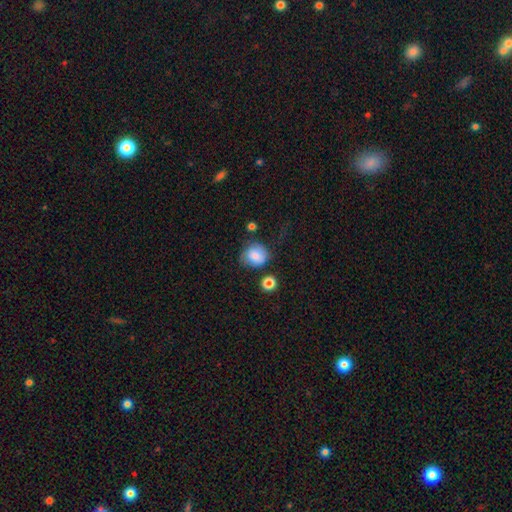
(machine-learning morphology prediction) smooth-or-featured: smooth: 82% | featured or disk: 9% | star or artifact: 9%
  how-rounded: round: 78% | in between: 21% | cigar-shaped: 1%
  merging: none: 62% | minor disturbance: 25% | major disturbance: 8% | merger: 5%